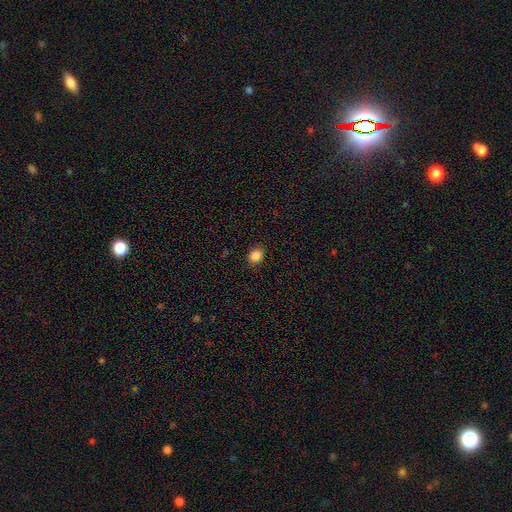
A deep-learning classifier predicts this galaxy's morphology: smooth-or-featured: smooth: 85% | star or artifact: 11% | featured or disk: 4%
  how-rounded: round: 67% | in between: 33% | cigar-shaped: 1%
  merging: none: 90% | minor disturbance: 7% | major disturbance: 2% | merger: 1%